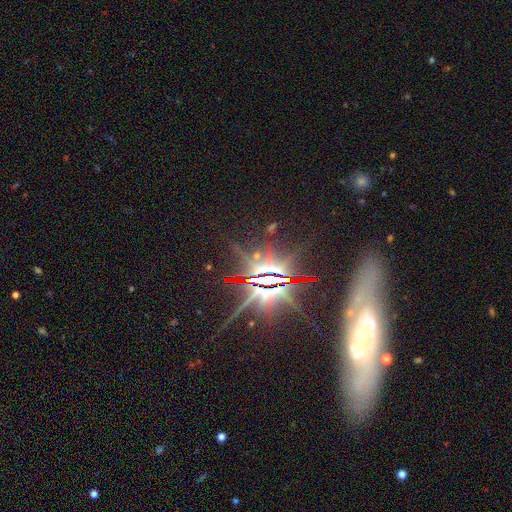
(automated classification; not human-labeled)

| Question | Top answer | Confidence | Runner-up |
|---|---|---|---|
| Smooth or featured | star or artifact | 63% | featured or disk (26%) |